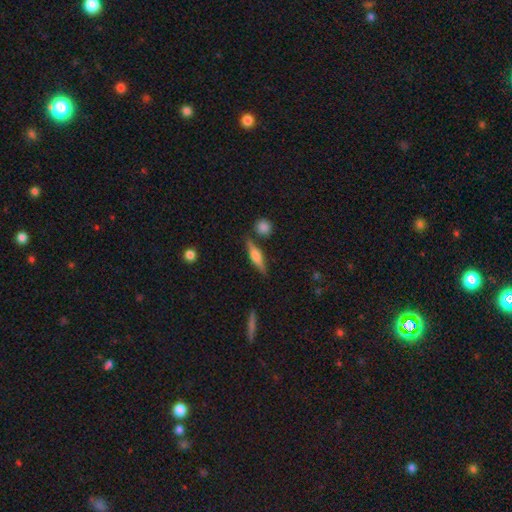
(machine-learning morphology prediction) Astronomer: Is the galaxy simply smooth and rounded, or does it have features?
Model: featured or disk — 53% (runner-up: smooth, 40%).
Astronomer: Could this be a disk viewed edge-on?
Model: yes — 95%.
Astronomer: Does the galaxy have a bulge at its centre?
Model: rounded — 77%.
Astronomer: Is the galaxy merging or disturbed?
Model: none — 82%.